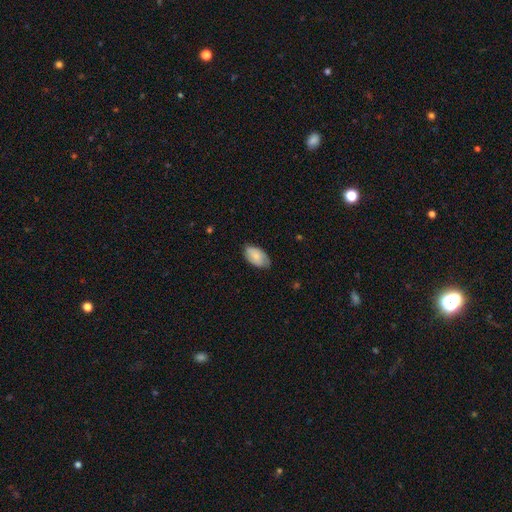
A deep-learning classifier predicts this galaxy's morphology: The model was most divided on "merging": none: 69%, minor disturbance: 25%, major disturbance: 4%, merger: 1%. More confident: how rounded — in between (94%); smooth or featured — smooth (76%).